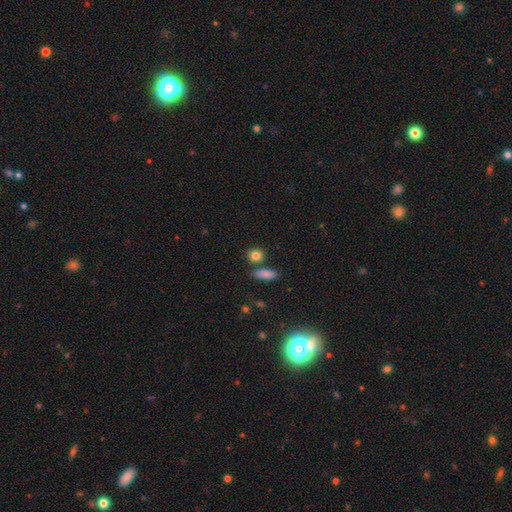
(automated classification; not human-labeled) Q: Smooth or featured?
A: smooth (84%); runner-up: star or artifact (10%)
Q: How rounded?
A: round (70%); runner-up: in between (26%)
Q: Merging?
A: none (74%); runner-up: merger (13%)